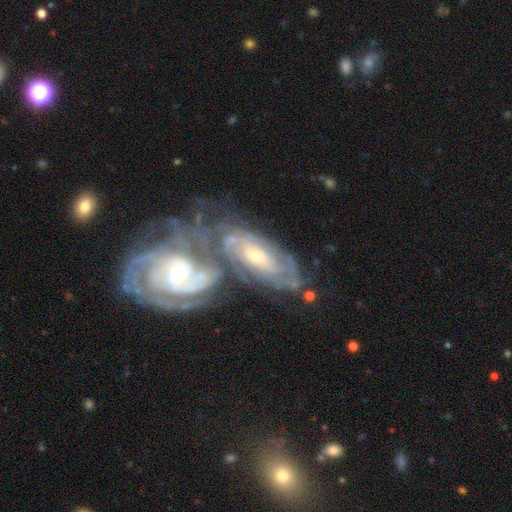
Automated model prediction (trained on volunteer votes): Smooth or featured?
  - featured or disk: 86% *
  - smooth: 9%
  - star or artifact: 5%
Edge-on disk?
  - no: 93% *
  - yes: 7%
Bar?
  - no: 62% *
  - weak: 28%
  - strong: 10%
Spiral arms?
  - yes: 94% *
  - no: 6%
Spiral winding?
  - tight: 76% *
  - medium: 20%
  - loose: 4%
Spiral arm count?
  - can't tell: 45% *
  - 2: 17%
  - 3: 17%
  - 4: 9%
  - more than 4: 6%
  - 1: 5%
Bulge size?
  - small: 49% *
  - moderate: 46%
  - large: 3%
  - none: 1%
  - dominant: 1%
Merging?
  - merger: 61% *
  - none: 25%
  - minor disturbance: 9%
  - major disturbance: 5%